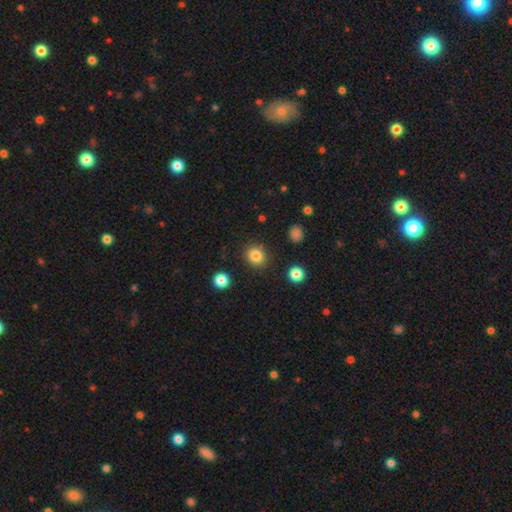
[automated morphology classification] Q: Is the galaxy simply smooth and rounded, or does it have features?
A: smooth — 83%.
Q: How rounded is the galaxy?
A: round — 75%.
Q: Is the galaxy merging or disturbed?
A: none — 87%.